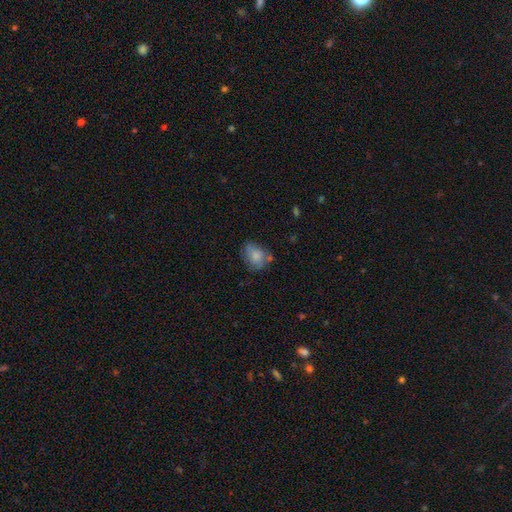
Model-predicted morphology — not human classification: This appears to be a smooth galaxy with no disk features (74%) that is in between round and cigar-shaped (58%). Merging: none (53%).